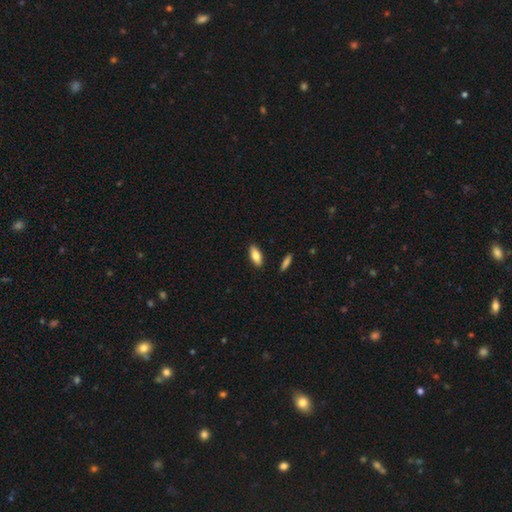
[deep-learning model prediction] A smooth galaxy with no disk features (81%) that is in between round and cigar-shaped (78%). Merging: none (88%).